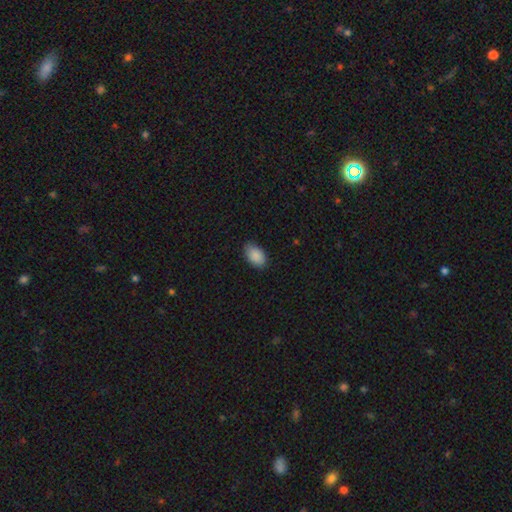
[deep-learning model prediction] A smooth galaxy with no disk features (90%) that is in between round and cigar-shaped (92%). Merging: none (84%).